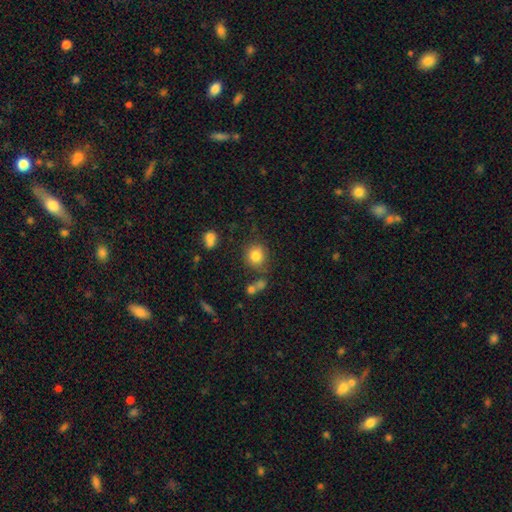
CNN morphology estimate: Overall: smooth (82%). How rounded: round (85%). Merging: none (77%).